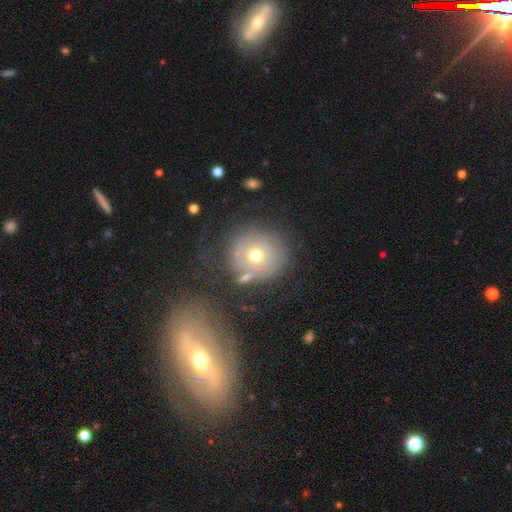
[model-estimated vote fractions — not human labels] smooth-or-featured: smooth: 48% | featured or disk: 40% | star or artifact: 11%
  merging: none: 62% | minor disturbance: 16% | major disturbance: 12% | merger: 10%